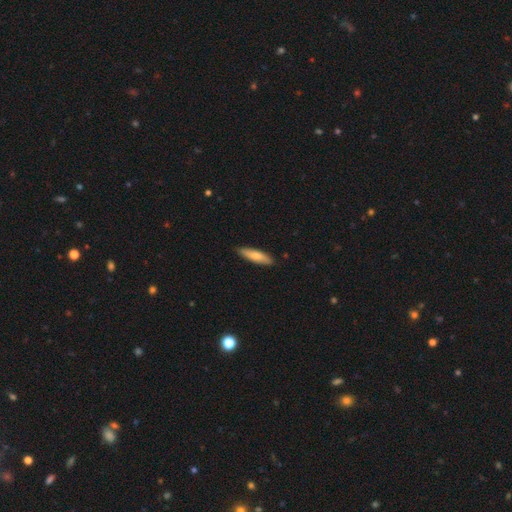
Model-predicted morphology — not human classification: Smooth or featured? smooth (76%)
How rounded? cigar-shaped (70%)
Merging? none (87%)